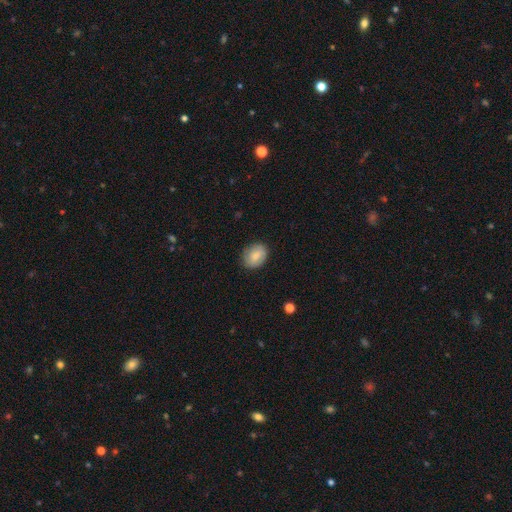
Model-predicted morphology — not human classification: Smooth or featured? smooth (82%)
How rounded? in between (62%)
Merging? none (85%)